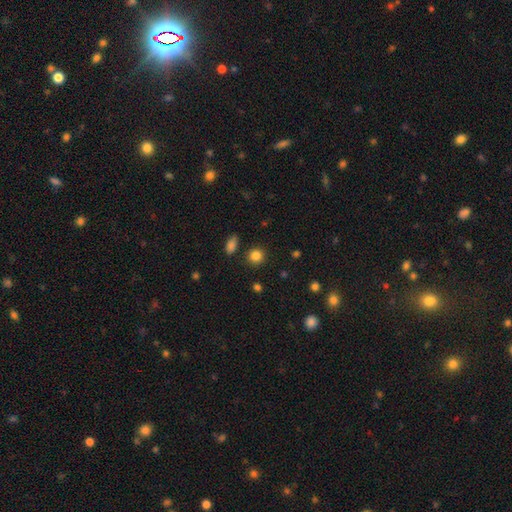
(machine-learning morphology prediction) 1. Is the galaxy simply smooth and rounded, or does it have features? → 84% smooth, 11% star or artifact, 4% featured or disk.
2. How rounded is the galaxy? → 88% round, 11% in between, 1% cigar-shaped.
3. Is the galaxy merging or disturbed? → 87% none, 7% minor disturbance, 3% merger, 3% major disturbance.